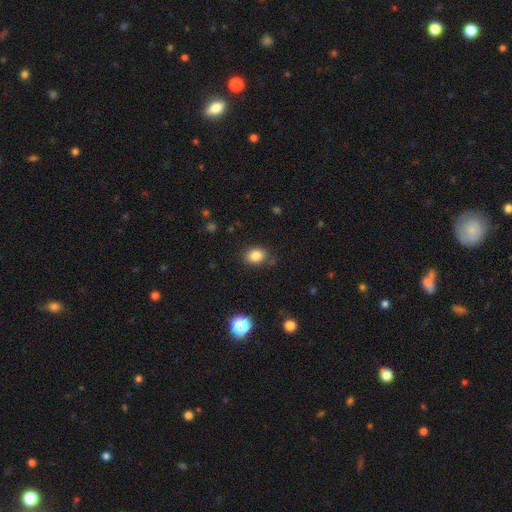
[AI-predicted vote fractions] smooth-or-featured: smooth: 85% | star or artifact: 10% | featured or disk: 5%
  how-rounded: in between: 66% | round: 33% | cigar-shaped: 1%
  merging: none: 81% | minor disturbance: 14% | major disturbance: 4% | merger: 2%